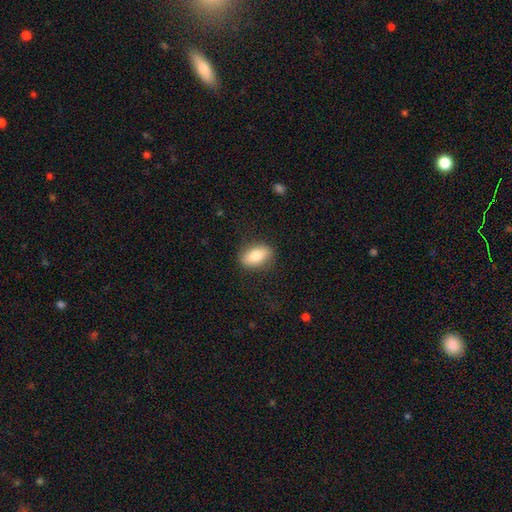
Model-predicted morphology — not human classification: Smooth or featured? smooth (79%)
How rounded? in between (87%)
Merging? none (83%)